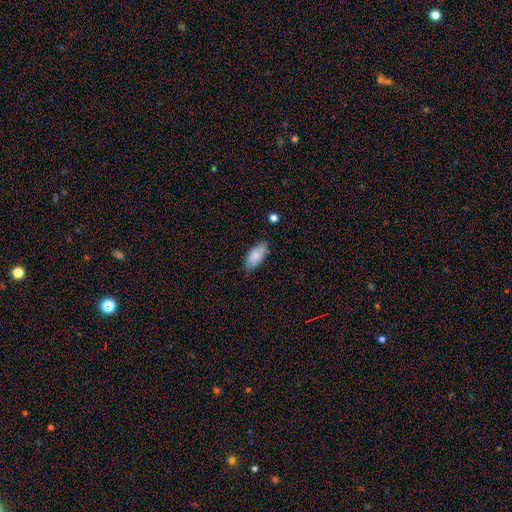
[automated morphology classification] The model was most divided on "merging": none: 77%, minor disturbance: 19%, major disturbance: 3%, merger: 2%. More confident: how rounded — in between (88%); smooth or featured — smooth (78%).